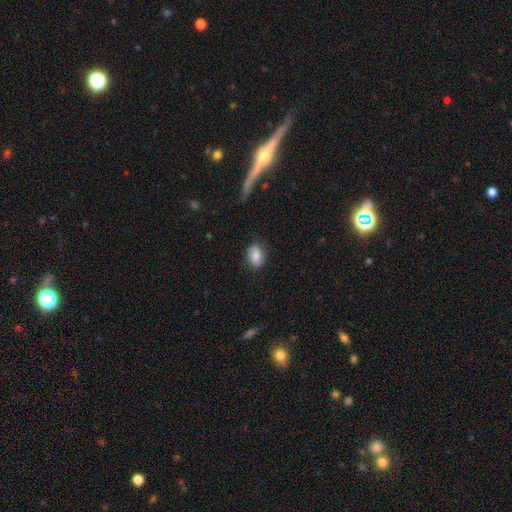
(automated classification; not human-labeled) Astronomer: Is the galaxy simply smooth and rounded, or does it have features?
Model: smooth — 81%.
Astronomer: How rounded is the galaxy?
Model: in between — 78%.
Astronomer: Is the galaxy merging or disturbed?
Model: none — 79%.